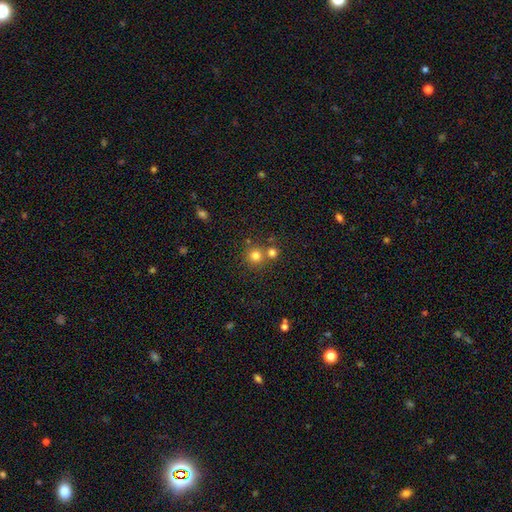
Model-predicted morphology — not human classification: Smooth or featured? Predicted: smooth (p=0.77). How rounded? Predicted: round (p=0.93). Merging? Predicted: none (p=0.67).